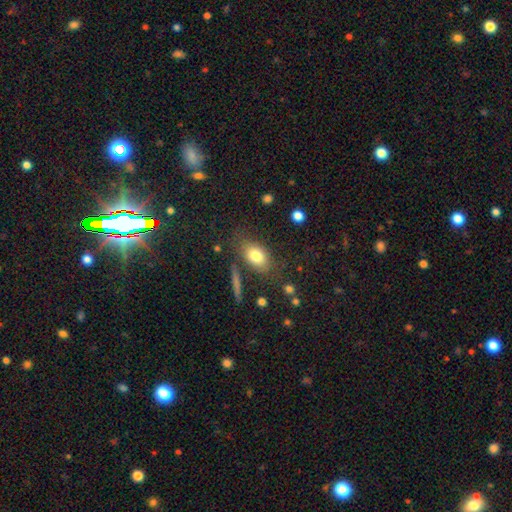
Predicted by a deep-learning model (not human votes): Overall: smooth (78%). How rounded: in between (81%). Merging: none (72%).